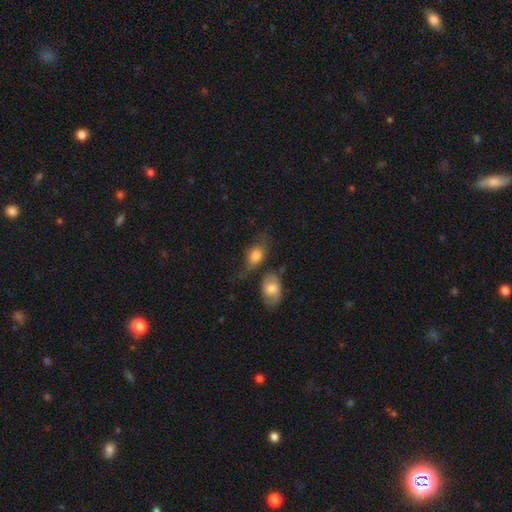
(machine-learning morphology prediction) smooth_or_featured: smooth (p=0.75) [alt: featured or disk p=0.17]
how_rounded: in between (p=0.75) [alt: round p=0.22]
merging: none (p=0.34) [alt: merger p=0.23]